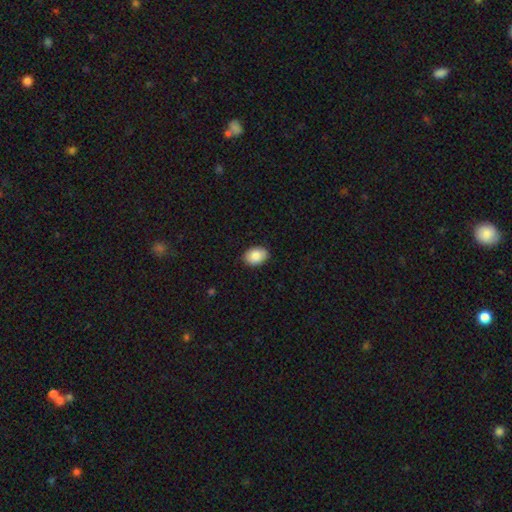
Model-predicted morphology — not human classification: type=smooth (85%); roundness=in between (79%); merging=none (89%).